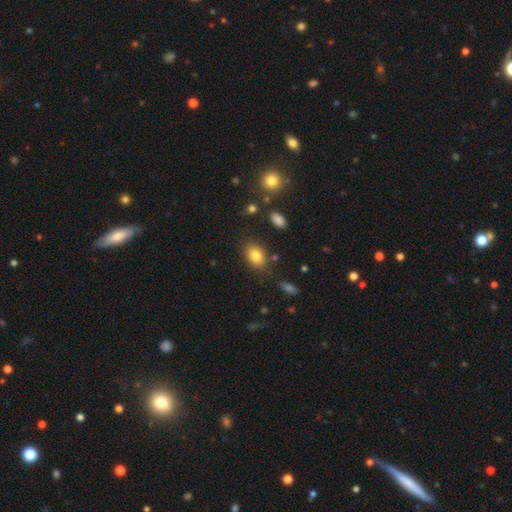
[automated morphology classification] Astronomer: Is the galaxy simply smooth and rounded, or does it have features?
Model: smooth — 82%.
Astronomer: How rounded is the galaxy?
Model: in between — 80%.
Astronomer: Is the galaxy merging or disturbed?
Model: none — 79%.